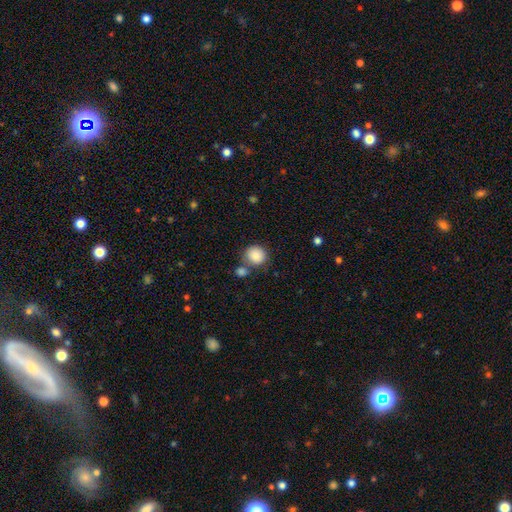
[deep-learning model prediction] Smooth or featured? smooth (86%)
How rounded? round (86%)
Merging? none (63%)